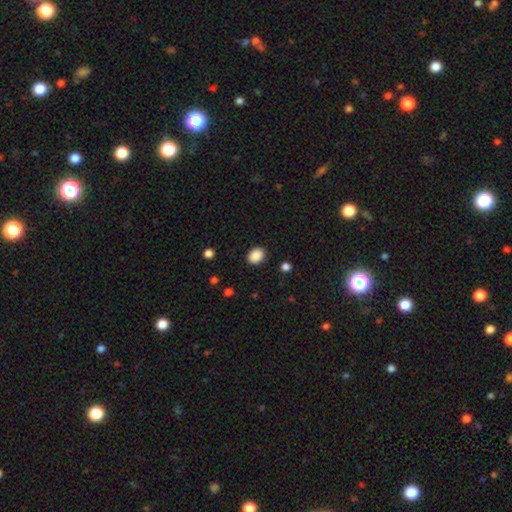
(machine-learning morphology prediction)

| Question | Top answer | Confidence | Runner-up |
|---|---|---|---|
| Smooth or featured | smooth | 89% | star or artifact (9%) |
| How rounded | in between | 59% | round (40%) |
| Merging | none | 88% | minor disturbance (9%) |